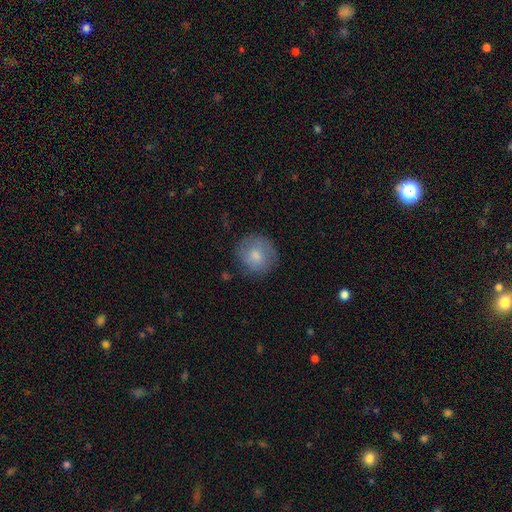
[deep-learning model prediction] Smooth or featured? Predicted: smooth (p=0.74). How rounded? Predicted: round (p=0.88). Merging? Predicted: none (p=0.77).